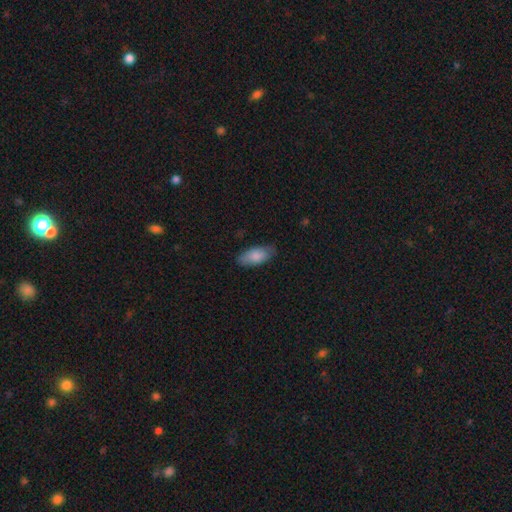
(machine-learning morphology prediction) smooth 84%, featured or disk 10%, star or artifact 6%. Down the decision tree: how rounded — in between (87%); merging — none (79%).